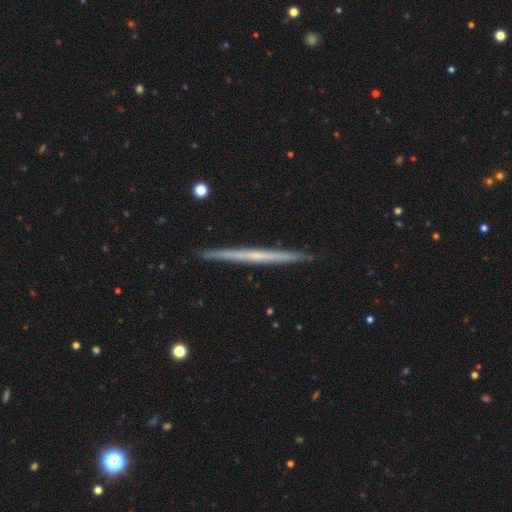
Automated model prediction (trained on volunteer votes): The model was most divided on "smooth or featured": featured or disk: 66%, smooth: 29%, star or artifact: 6%. More confident: edge-on disk — yes (98%); merging — none (92%); edge-on bulge — none (83%).